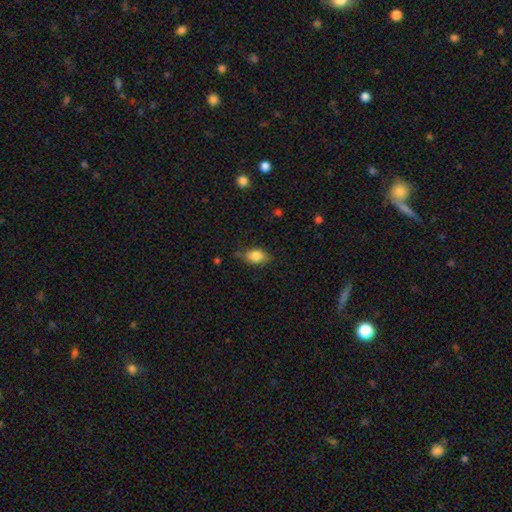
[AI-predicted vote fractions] This appears to be a smooth galaxy with no disk features (84%) that is in between round and cigar-shaped (81%). Merging: none (72%).